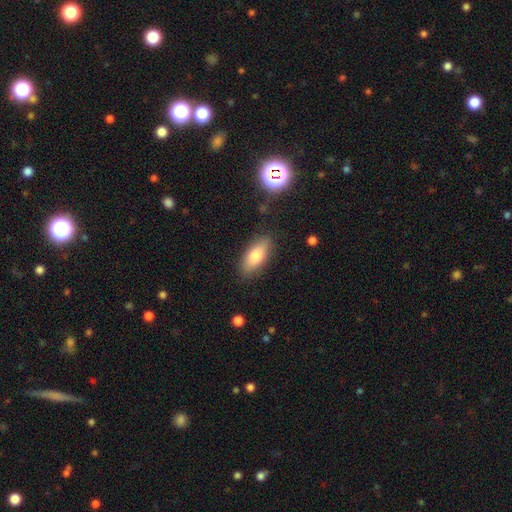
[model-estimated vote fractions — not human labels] A smooth galaxy with no disk features (76%) that is in between round and cigar-shaped (79%).

Vote fractions:
- Smooth or featured? smooth: 76% / featured or disk: 17% / star or artifact: 8%
- How rounded? in between: 79% / cigar-shaped: 17% / round: 3%
- Merging? none: 84% / minor disturbance: 11% / major disturbance: 3% / merger: 2%